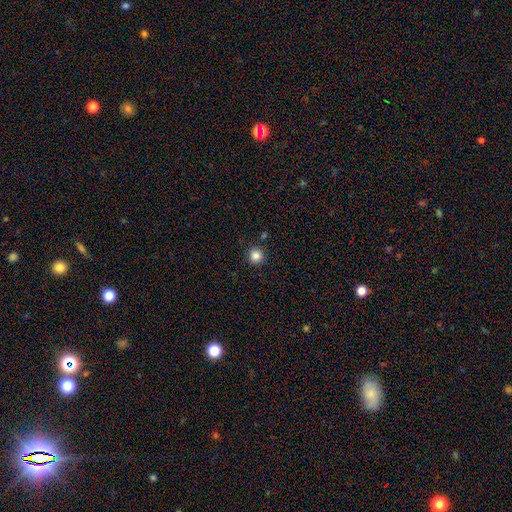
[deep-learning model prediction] smooth 85%, star or artifact 12%, featured or disk 4%. Down the decision tree: how rounded — round (95%); merging — none (91%).